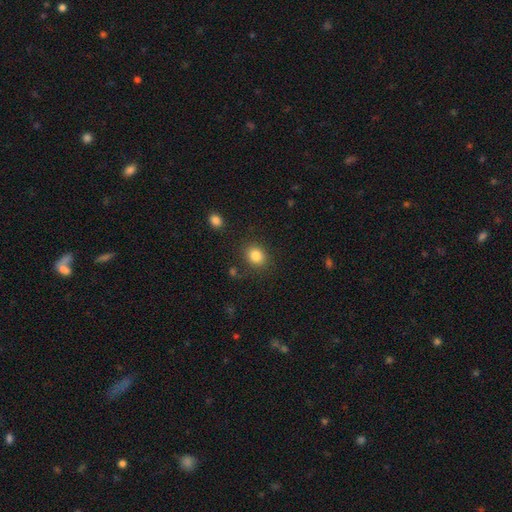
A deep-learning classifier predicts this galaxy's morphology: smooth_or_featured: smooth (p=0.84) [alt: star or artifact p=0.10]
how_rounded: round (p=0.63) [alt: in between p=0.36]
merging: none (p=0.84) [alt: minor disturbance p=0.09]